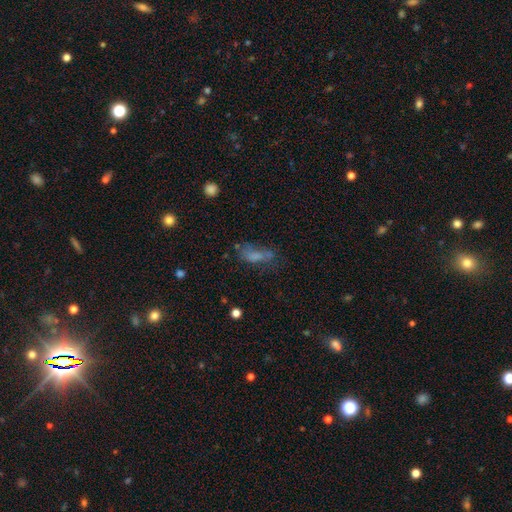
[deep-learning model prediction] Morphology: type=smooth (60%); roundness=in between (71%); merging=none (38%).